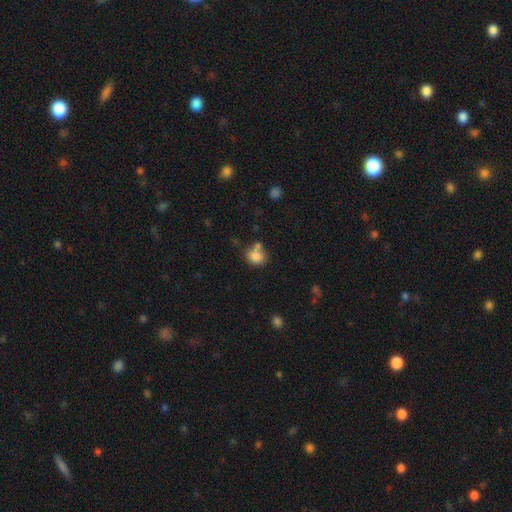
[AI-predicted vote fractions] Morphology: type=smooth (82%); roundness=round (62%); merging=none (55%).